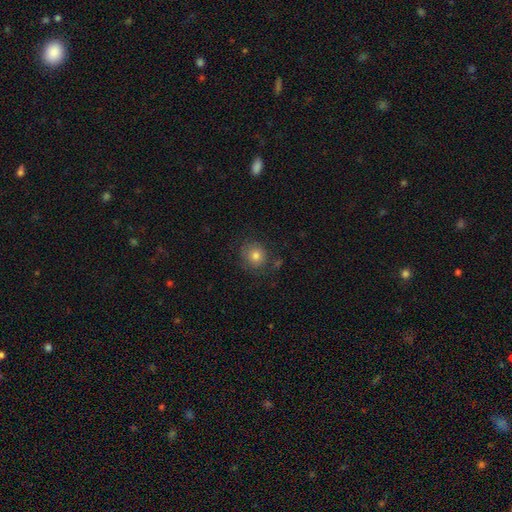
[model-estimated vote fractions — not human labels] Smooth or featured: smooth — 78% (star or artifact — 11%)
How rounded: round — 87% (in between — 12%)
Merging: none — 78% (minor disturbance — 14%)